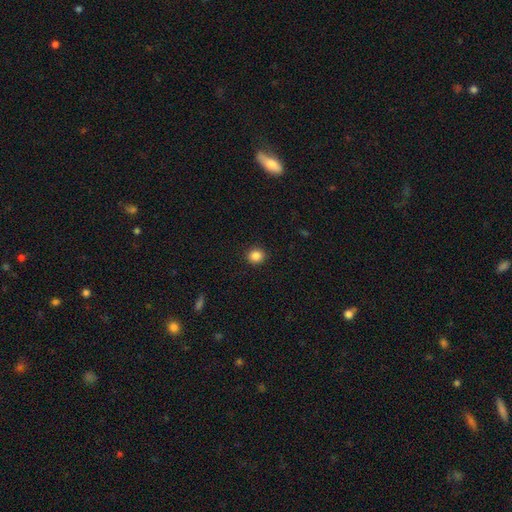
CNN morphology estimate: A smooth galaxy with no disk features (86%) that is round (85%).

Vote fractions:
- Smooth or featured? smooth: 86% / star or artifact: 10% / featured or disk: 3%
- How rounded? round: 85% / in between: 14% / cigar-shaped: 1%
- Merging? none: 91% / minor disturbance: 6% / major disturbance: 2% / merger: 1%